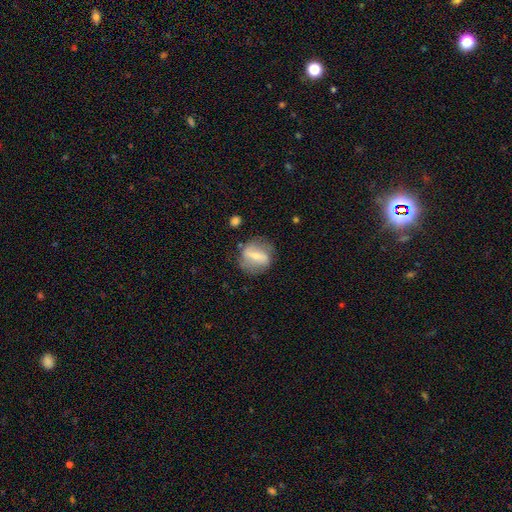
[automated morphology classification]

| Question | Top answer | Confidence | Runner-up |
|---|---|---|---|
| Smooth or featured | featured or disk | 52% | smooth (40%) |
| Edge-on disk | no | 87% | yes (13%) |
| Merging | none | 70% | minor disturbance (19%) |